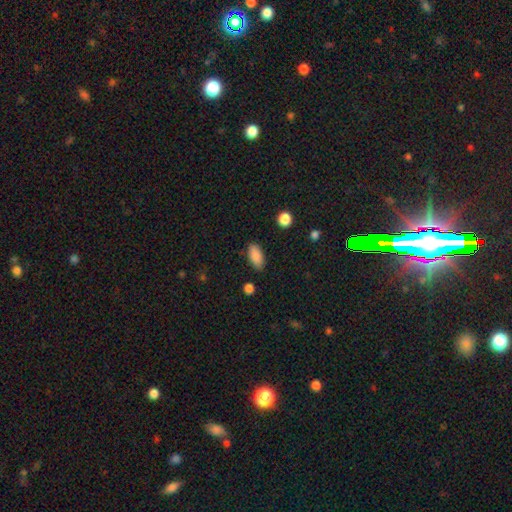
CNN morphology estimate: Overall: smooth (88%). How rounded: in between (90%). Merging: none (85%).